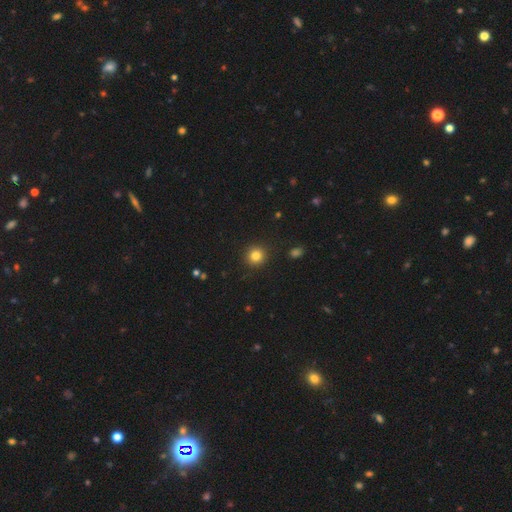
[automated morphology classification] This appears to be a smooth galaxy with no disk features (83%) that is round (93%). Merging: none (91%).